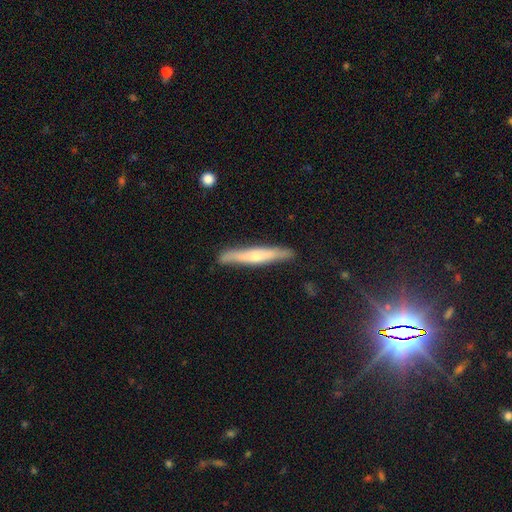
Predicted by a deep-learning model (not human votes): This is possibly a featured or disk galaxy (51%). It is clearly viewed edge-on (90%). Merging: clearly none (84%).